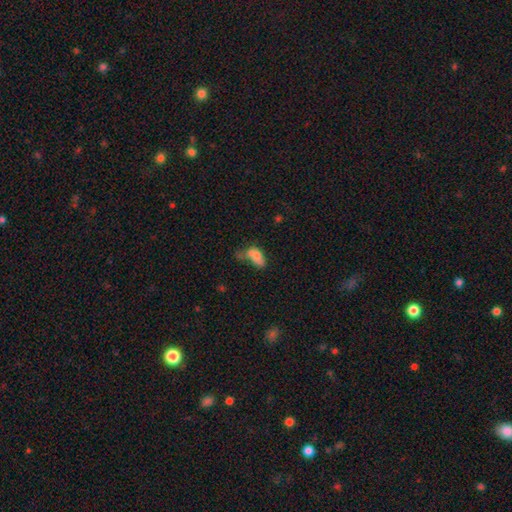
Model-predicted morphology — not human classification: This is likely a smooth galaxy (68%). How rounded: clearly in between (86%). Merging: marginally merger (39%).